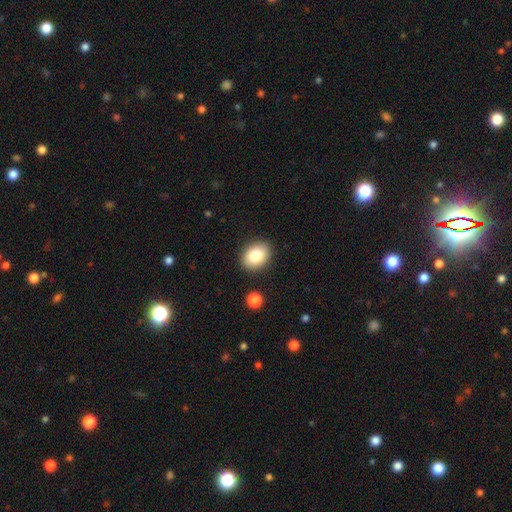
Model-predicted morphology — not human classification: Q: Smooth or featured?
A: smooth (82%); runner-up: featured or disk (10%)
Q: How rounded?
A: in between (62%); runner-up: round (37%)
Q: Merging?
A: none (88%); runner-up: minor disturbance (8%)